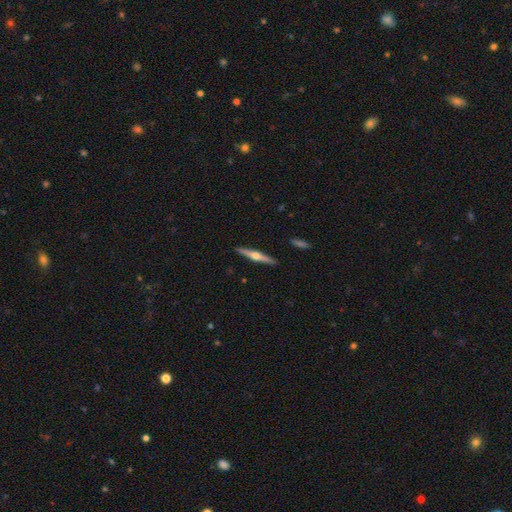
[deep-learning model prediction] Smooth or featured? Predicted: featured or disk (p=0.67). Edge-on disk? Predicted: yes (p=0.97). Edge-on bulge? Predicted: rounded (p=0.93). Merging? Predicted: none (p=0.91).